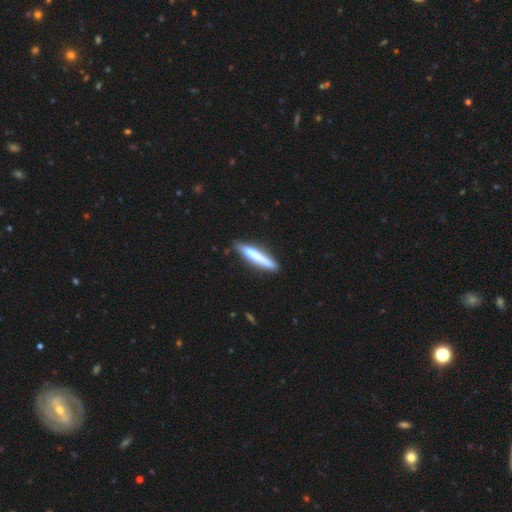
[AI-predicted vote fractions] Smooth or featured?
  - smooth: 67% *
  - featured or disk: 28%
  - star or artifact: 5%
How rounded?
  - cigar-shaped: 91% *
  - in between: 7%
  - round: 1%
Merging?
  - none: 82% *
  - minor disturbance: 13%
  - major disturbance: 2%
  - merger: 2%